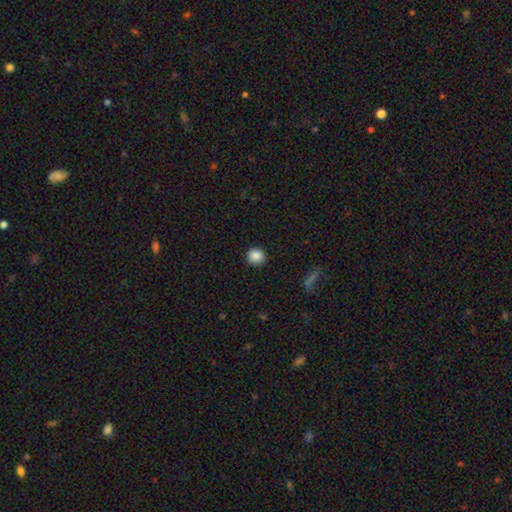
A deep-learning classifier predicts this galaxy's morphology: Smooth or featured? Predicted: smooth (p=0.87). How rounded? Predicted: round (p=0.92). Merging? Predicted: none (p=0.91).